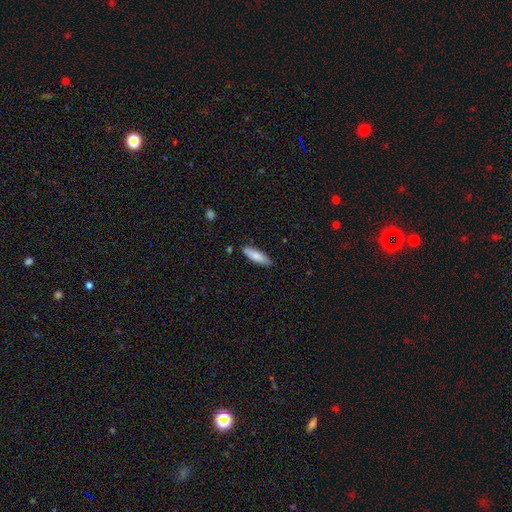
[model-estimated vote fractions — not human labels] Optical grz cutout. It shows a smooth galaxy with no disk features (81%) that is cigar-shaped (57%). Merging: none (84%).